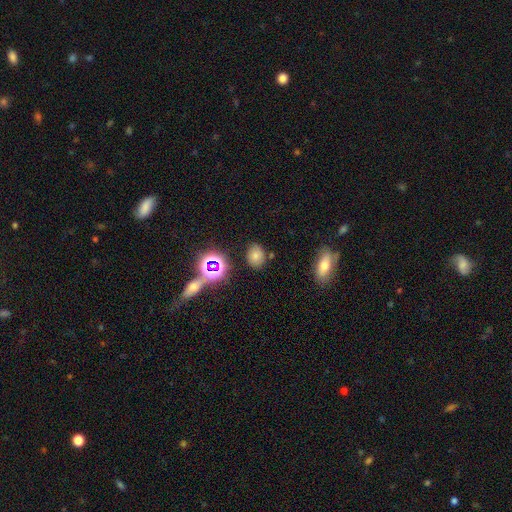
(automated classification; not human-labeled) smooth_or_featured: smooth (p=0.68) [alt: star or artifact p=0.23]
how_rounded: in between (p=0.61) [alt: round p=0.38]
merging: none (p=0.80) [alt: minor disturbance p=0.13]